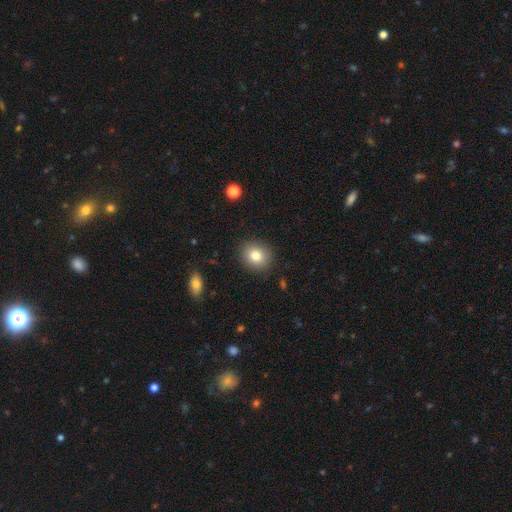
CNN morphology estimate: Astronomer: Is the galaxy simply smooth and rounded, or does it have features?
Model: smooth — 81%.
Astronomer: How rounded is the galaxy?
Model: round — 76%.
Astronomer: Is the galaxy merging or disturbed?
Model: none — 89%.